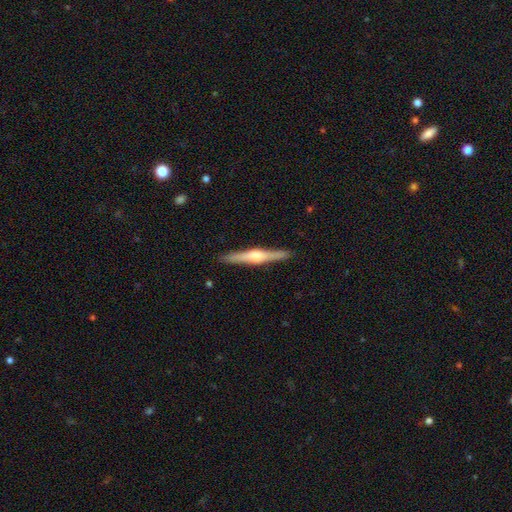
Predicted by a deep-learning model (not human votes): A featured or disk galaxy (74%) viewed edge-on (98%) with a rounded central bulge (85%).

Vote fractions:
- Smooth or featured? featured or disk: 74% / smooth: 21% / star or artifact: 5%
- Edge-on disk? yes: 98% / no: 2%
- Edge-on bulge? rounded: 85% / boxy: 10% / none: 5%
- Merging? none: 92% / minor disturbance: 6% / major disturbance: 1% / merger: 1%